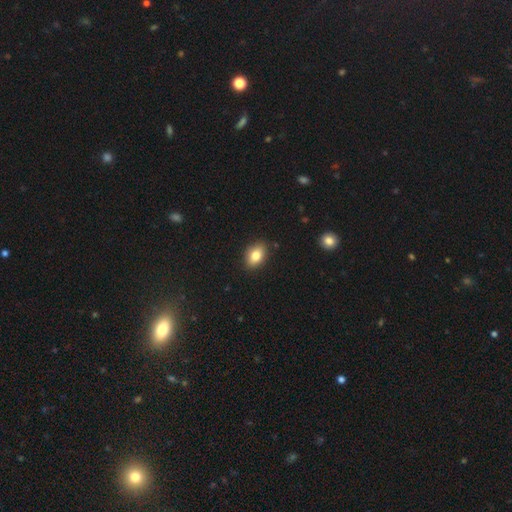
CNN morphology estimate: This appears to be a smooth galaxy with no disk features (82%) that is in between round and cigar-shaped (83%). Merging: none (87%).